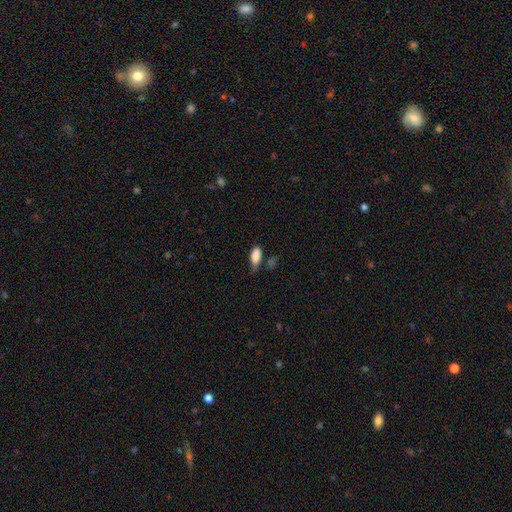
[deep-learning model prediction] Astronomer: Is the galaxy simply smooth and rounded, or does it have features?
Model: smooth — 86%.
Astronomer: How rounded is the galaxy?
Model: in between — 86%.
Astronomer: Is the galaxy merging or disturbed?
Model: none — 49% (runner-up: minor disturbance, 35%).